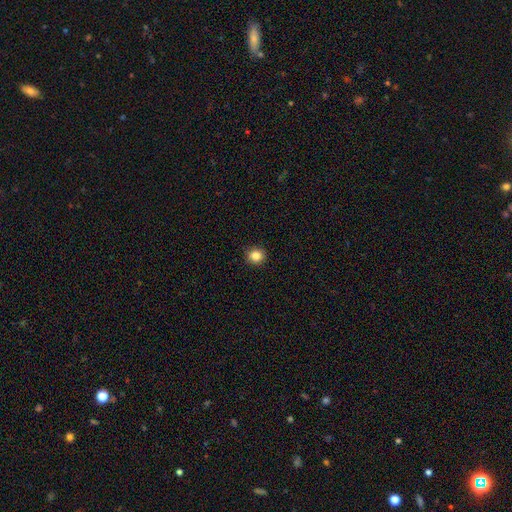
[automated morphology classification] smooth 85%, star or artifact 11%, featured or disk 4%. Down the decision tree: how rounded — round (91%); merging — none (92%).